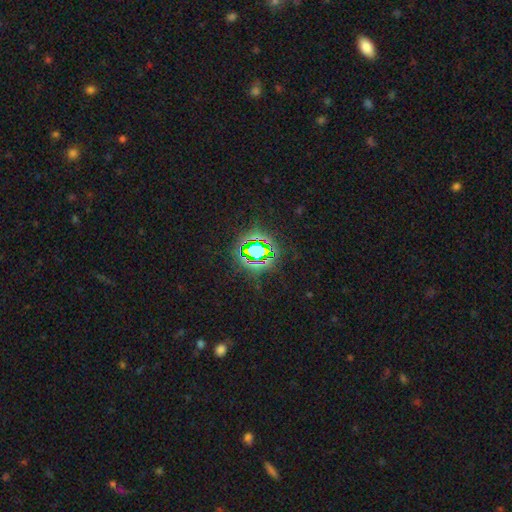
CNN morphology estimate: Overall: star or artifact (80%).